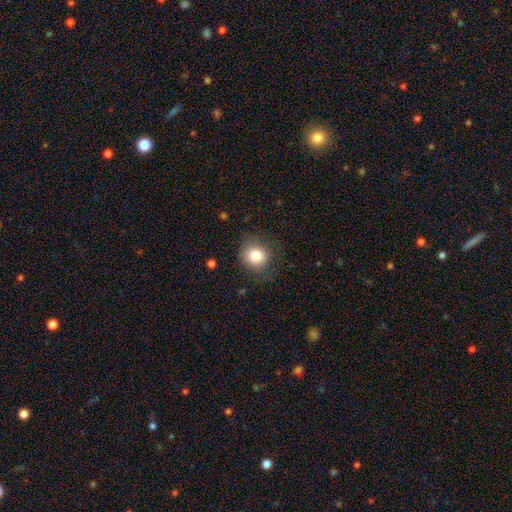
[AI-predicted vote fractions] This appears to be a smooth galaxy with no disk features (82%) that is round (81%). Merging: none (75%).